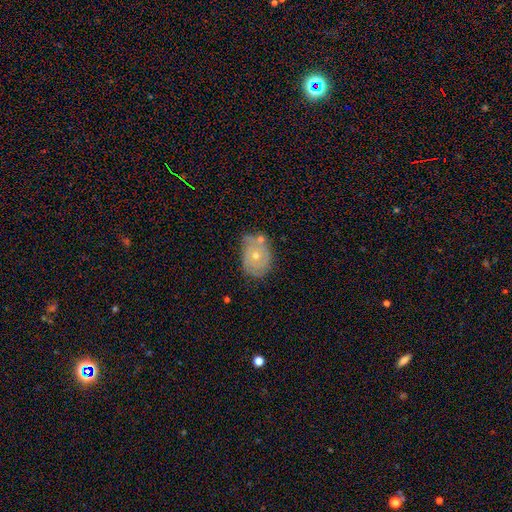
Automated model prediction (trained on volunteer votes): This is likely a featured or disk galaxy (63%). It is clearly not viewed edge-on (96%). Bar: clearly no (84%). Spiral arm pattern: likely yes (76%). Central bulge: possibly small (49%). Merging: possibly none (52%).